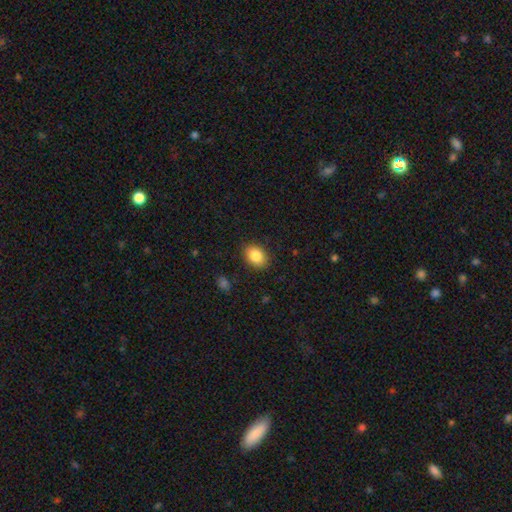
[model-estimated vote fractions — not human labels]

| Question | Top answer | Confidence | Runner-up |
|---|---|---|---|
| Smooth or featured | smooth | 86% | star or artifact (8%) |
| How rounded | in between | 74% | round (25%) |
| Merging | none | 87% | minor disturbance (9%) |